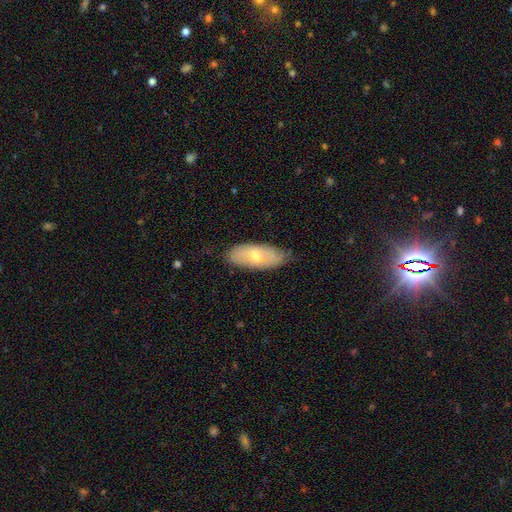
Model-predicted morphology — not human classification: Smooth or featured: smooth — 59% (featured or disk — 35%)
How rounded: in between — 80% (cigar-shaped — 18%)
Merging: none — 75% (minor disturbance — 21%)